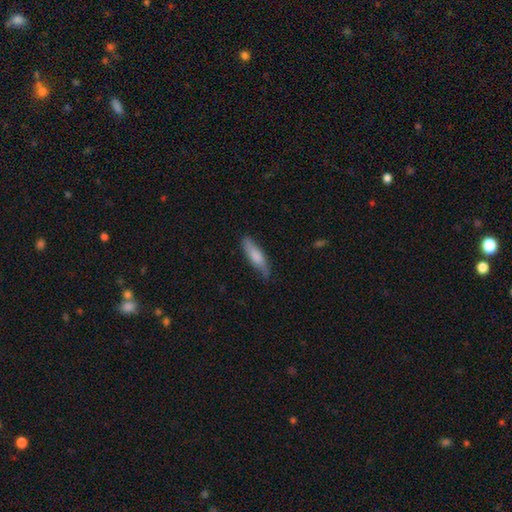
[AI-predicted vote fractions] Smooth or featured? Predicted: smooth (p=0.73). How rounded? Predicted: cigar-shaped (p=0.68). Merging? Predicted: none (p=0.74).